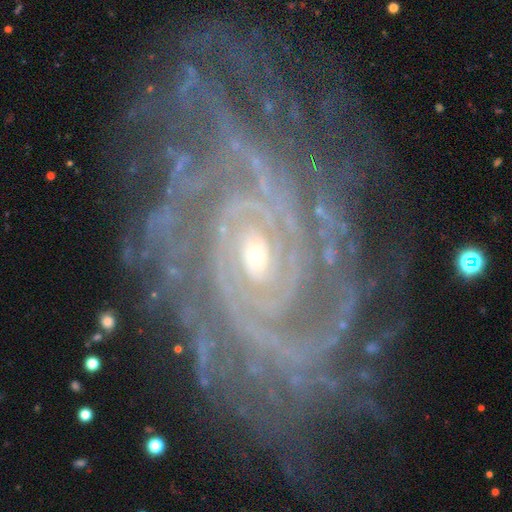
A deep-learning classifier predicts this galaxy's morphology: smooth-or-featured: featured or disk: 88% | star or artifact: 8% | smooth: 4%
  disk-edge-on: no: 97% | yes: 3%
    bar: no: 65% | weak: 24% | strong: 11%
    has-spiral-arms: yes: 98% | no: 2%
      spiral-winding: tight: 76% | medium: 20% | loose: 4%
      spiral-arm-count: can't tell: 21% | 2: 19% | 4: 17% | more than 4: 17% | 3: 16% | 1: 10%
    bulge-size: small: 81% | moderate: 16% | none: 1% | large: 1% | dominant: 1%
  merging: none: 82% | minor disturbance: 12% | major disturbance: 5% | merger: 1%